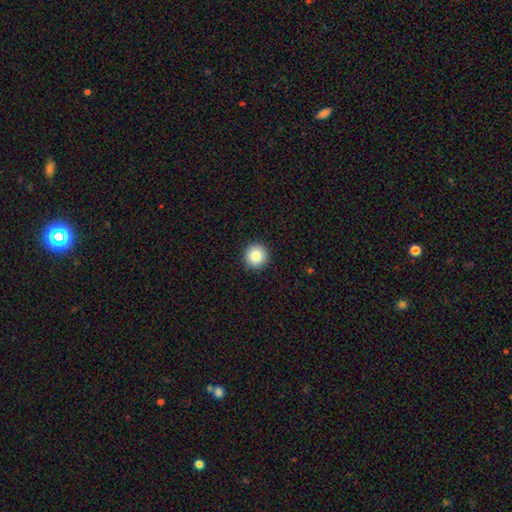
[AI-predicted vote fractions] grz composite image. It shows a smooth galaxy with no disk features (84%) that is round (96%). Merging: none (93%).